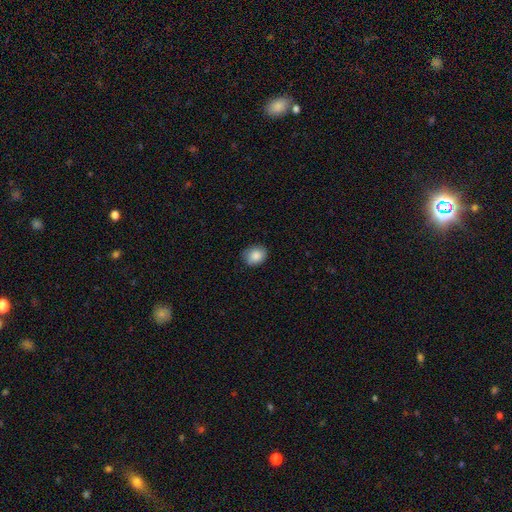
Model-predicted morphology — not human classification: Smooth or featured? Predicted: smooth (p=0.86). How rounded? Predicted: round (p=0.54). Merging? Predicted: none (p=0.80).